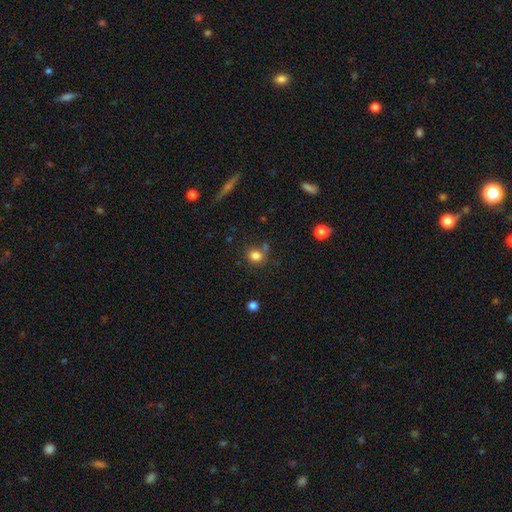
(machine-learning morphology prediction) Smooth or featured?
  - smooth: 81% *
  - star or artifact: 12%
  - featured or disk: 6%
How rounded?
  - round: 71% *
  - in between: 28%
  - cigar-shaped: 1%
Merging?
  - none: 67% *
  - minor disturbance: 15%
  - merger: 13%
  - major disturbance: 6%